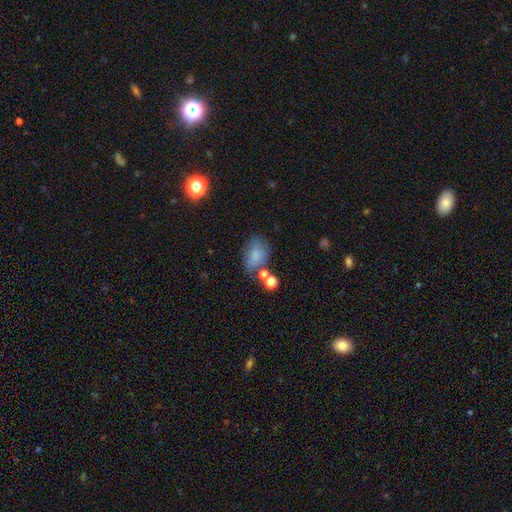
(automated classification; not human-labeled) The model was most divided on "merging": none: 49%, minor disturbance: 24%, merger: 15%, major disturbance: 12%. More confident: how rounded — in between (81%); smooth or featured — smooth (72%).